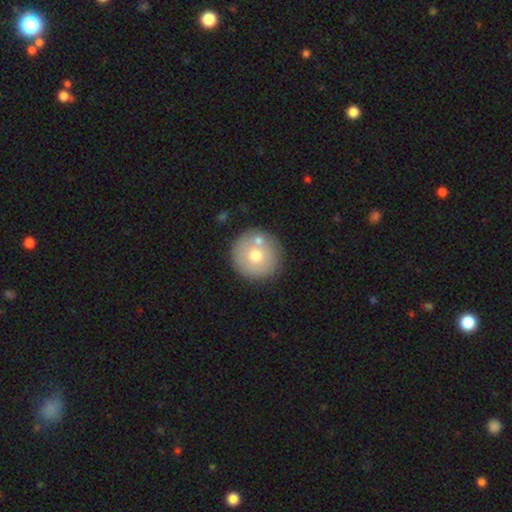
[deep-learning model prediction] A smooth galaxy with no disk features (68%) that is round (96%).

Vote fractions:
- Smooth or featured? smooth: 68% / featured or disk: 24% / star or artifact: 9%
- How rounded? round: 96% / in between: 3% / cigar-shaped: 1%
- Merging? none: 75% / merger: 13% / minor disturbance: 9% / major disturbance: 3%